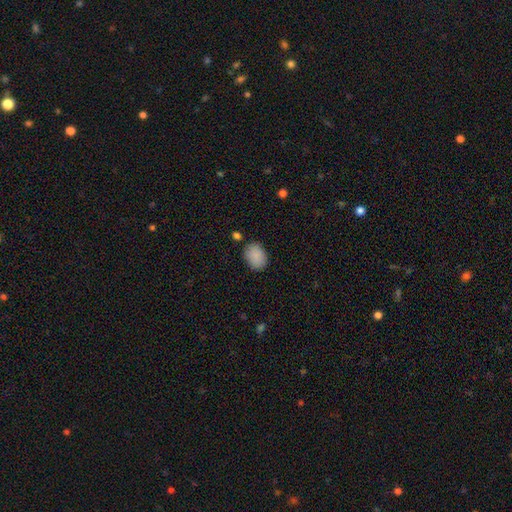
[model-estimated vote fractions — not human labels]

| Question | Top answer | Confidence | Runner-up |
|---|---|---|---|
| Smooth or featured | smooth | 88% | star or artifact (8%) |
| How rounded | in between | 74% | round (25%) |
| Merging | none | 79% | minor disturbance (14%) |